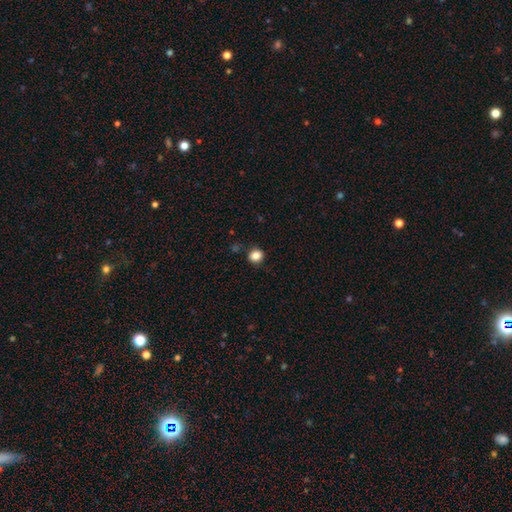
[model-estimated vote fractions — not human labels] This appears to be a smooth galaxy with no disk features (85%) that is round (77%). Merging: none (86%).